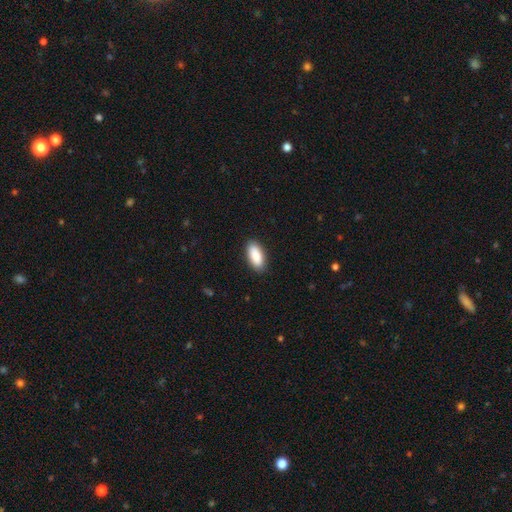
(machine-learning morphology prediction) Smooth or featured: smooth — 90% (star or artifact — 6%)
How rounded: in between — 89% (cigar-shaped — 9%)
Merging: none — 89% (minor disturbance — 8%)